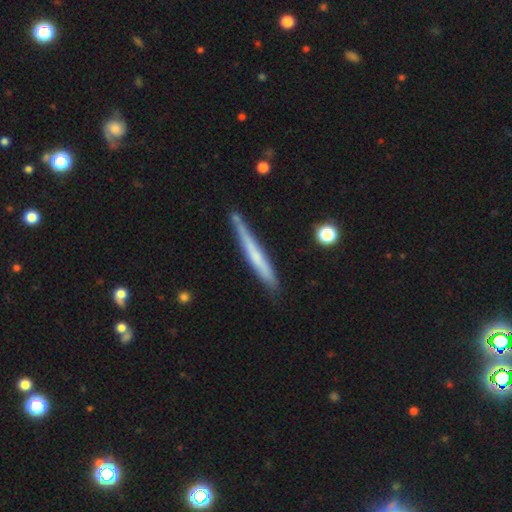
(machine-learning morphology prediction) Smooth or featured? smooth (50%)
How rounded? cigar-shaped (96%)
Merging? none (78%)